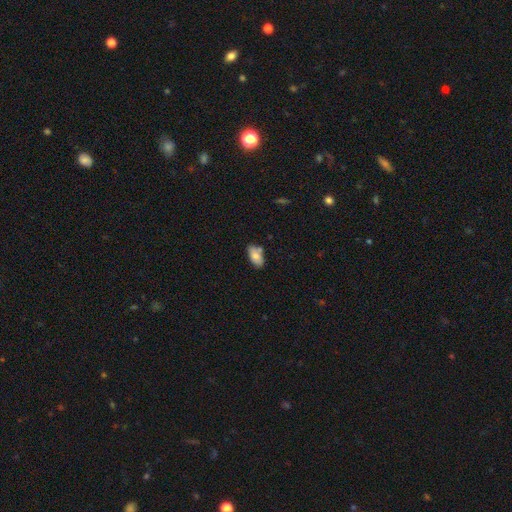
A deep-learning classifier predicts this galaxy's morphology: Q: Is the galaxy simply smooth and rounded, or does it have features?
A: smooth — 74%.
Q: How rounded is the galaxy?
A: in between — 92%.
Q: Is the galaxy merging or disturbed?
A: none — 70%.